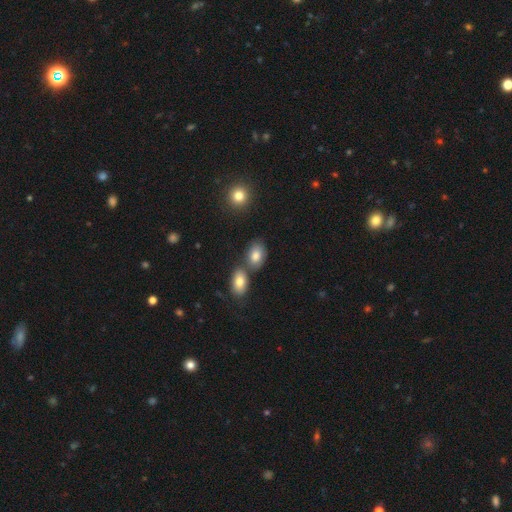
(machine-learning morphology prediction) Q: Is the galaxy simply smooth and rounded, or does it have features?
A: smooth — 81%.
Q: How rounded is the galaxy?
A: in between — 85%.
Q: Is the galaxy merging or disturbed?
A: none — 59%.